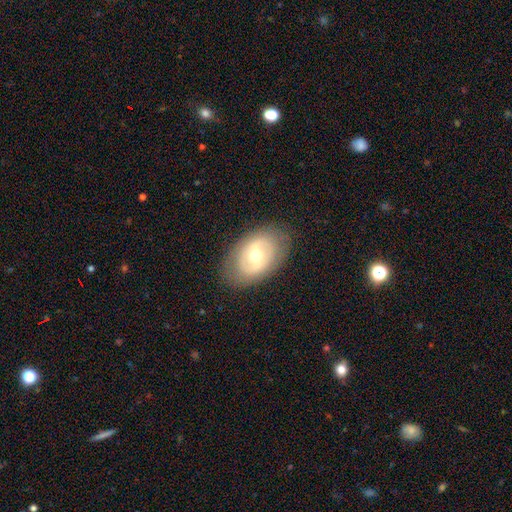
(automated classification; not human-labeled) Morphology: type=featured or disk (61%); edge-on=no (93%); bar=no (41%); spiral arms=yes (51%); bulge=moderate (60%); merging=none (82%).